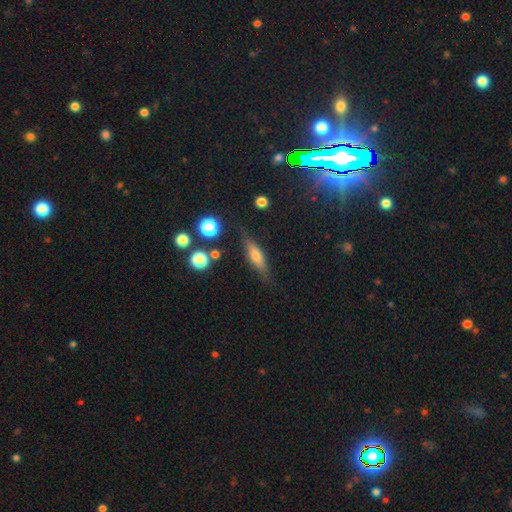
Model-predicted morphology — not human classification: Smooth or featured? smooth (47%)
Merging? none (81%)